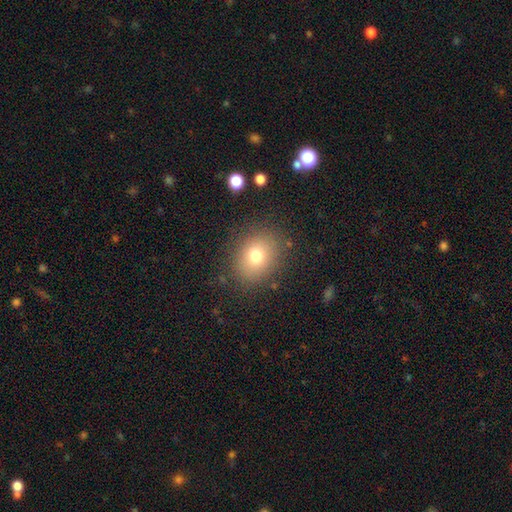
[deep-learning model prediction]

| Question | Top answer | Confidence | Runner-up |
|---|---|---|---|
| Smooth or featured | smooth | 74% | star or artifact (13%) |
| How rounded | round | 58% | in between (41%) |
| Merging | none | 83% | minor disturbance (11%) |